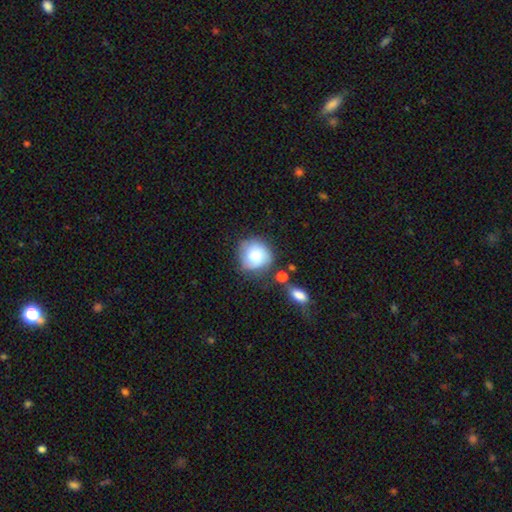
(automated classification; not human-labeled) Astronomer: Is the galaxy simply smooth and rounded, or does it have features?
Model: smooth — 69%.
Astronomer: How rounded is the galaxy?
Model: round — 86%.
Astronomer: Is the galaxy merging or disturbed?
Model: none — 60%.